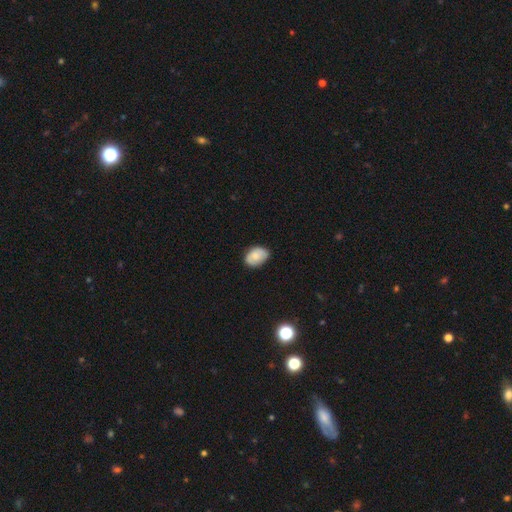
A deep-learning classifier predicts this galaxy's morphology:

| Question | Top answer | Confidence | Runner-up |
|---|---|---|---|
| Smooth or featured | smooth | 78% | featured or disk (14%) |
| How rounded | in between | 83% | round (16%) |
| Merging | none | 77% | minor disturbance (19%) |